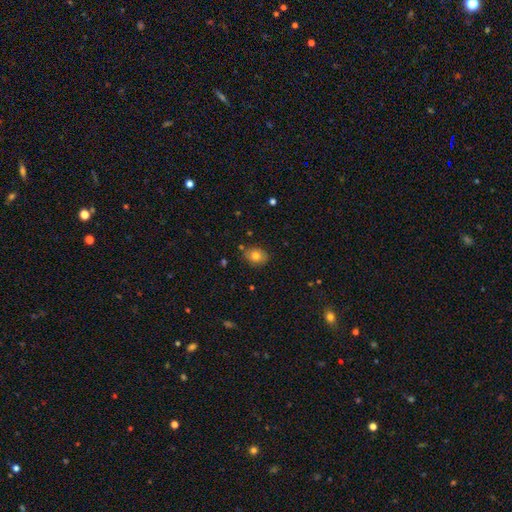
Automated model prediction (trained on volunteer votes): This appears to be a smooth galaxy with no disk features (75%) that is in between round and cigar-shaped (53%). Merging: none (82%).